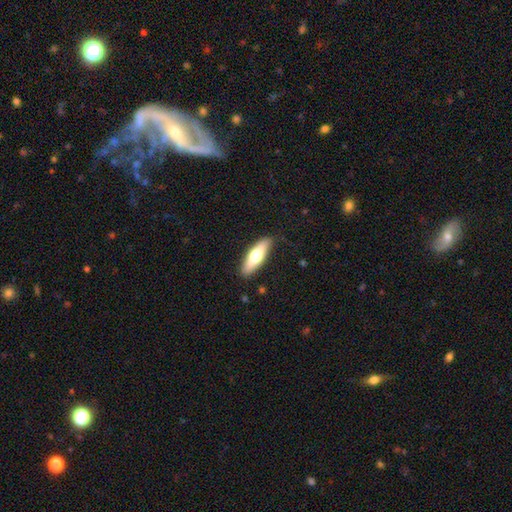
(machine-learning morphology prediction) smooth 62%, featured or disk 33%, star or artifact 5%. Down the decision tree: how rounded — cigar-shaped (53%); merging — none (87%).